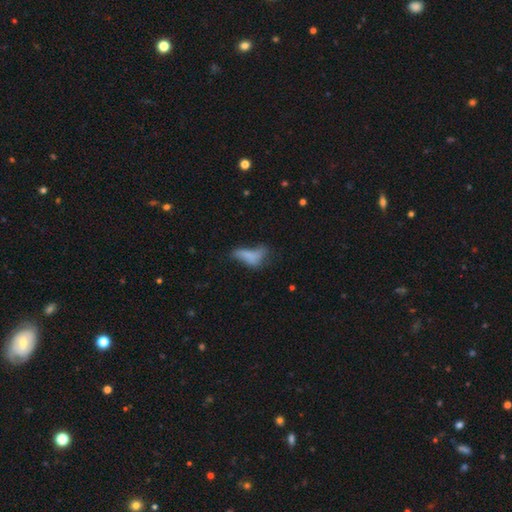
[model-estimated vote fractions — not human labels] A smooth galaxy with no disk features (58%) that is in between round and cigar-shaped (74%).

Vote fractions:
- Smooth or featured? smooth: 58% / featured or disk: 25% / star or artifact: 17%
- How rounded? in between: 74% / cigar-shaped: 21% / round: 5%
- Merging? major disturbance: 35% / none: 28% / minor disturbance: 27% / merger: 10%